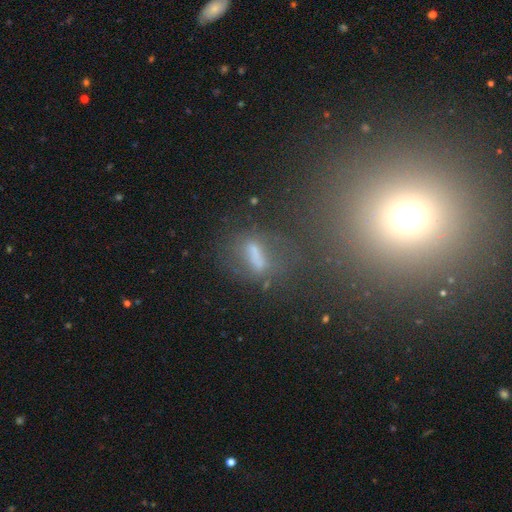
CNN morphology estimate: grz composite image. It shows a smooth galaxy with no disk features (45%). Merging: none (50%).